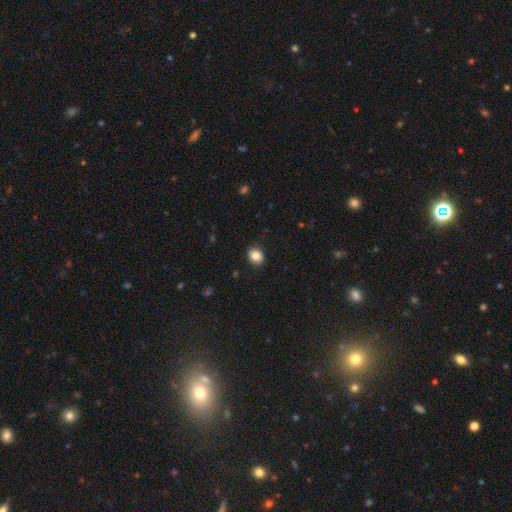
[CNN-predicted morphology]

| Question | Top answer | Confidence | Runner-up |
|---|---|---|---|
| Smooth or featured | smooth | 86% | star or artifact (9%) |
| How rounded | round | 53% | in between (46%) |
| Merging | none | 89% | minor disturbance (8%) |